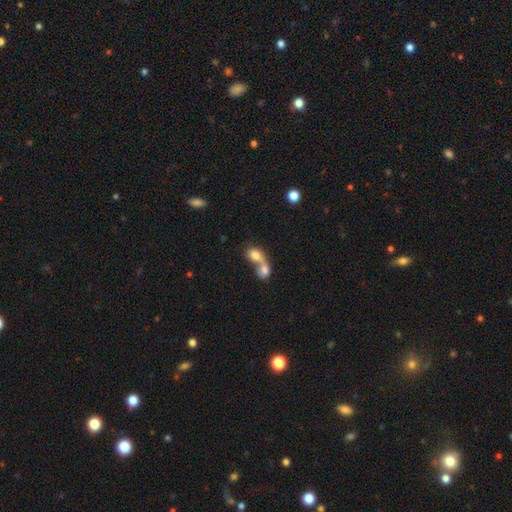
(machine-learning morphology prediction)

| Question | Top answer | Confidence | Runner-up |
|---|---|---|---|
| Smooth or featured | smooth | 76% | featured or disk (16%) |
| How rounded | round | 49% | in between (48%) |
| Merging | merger | 80% | none (12%) |